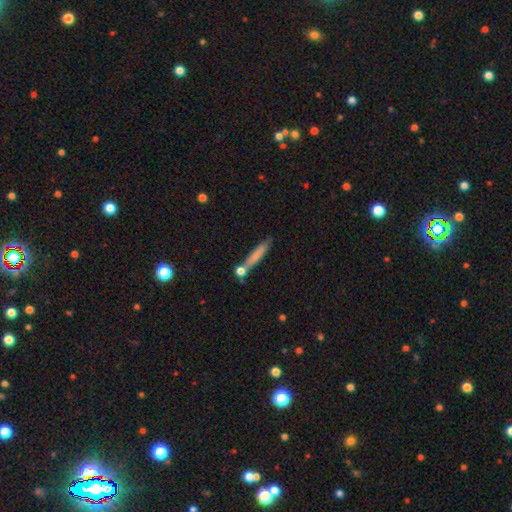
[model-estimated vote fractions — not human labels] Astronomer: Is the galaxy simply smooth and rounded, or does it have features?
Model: smooth — 69%.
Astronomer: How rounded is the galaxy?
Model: cigar-shaped — 90%.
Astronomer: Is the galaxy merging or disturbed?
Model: none — 65%.